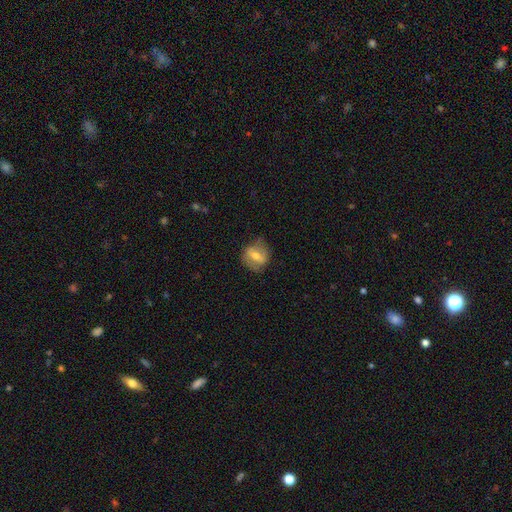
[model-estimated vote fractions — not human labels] The model was most divided on "smooth or featured" (2-way tie): featured or disk: 46%, smooth: 46%, star or artifact: 8%. More confident: merging — none (69%).